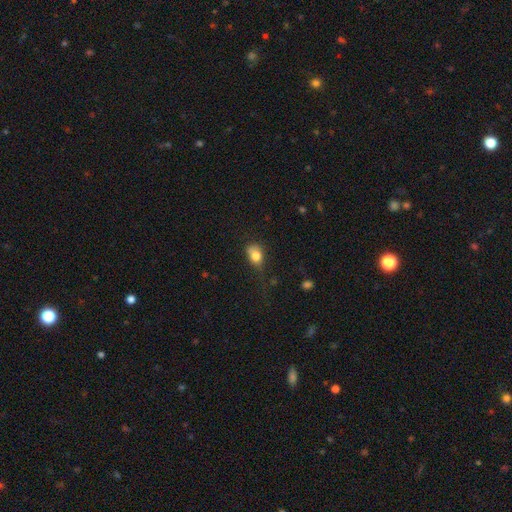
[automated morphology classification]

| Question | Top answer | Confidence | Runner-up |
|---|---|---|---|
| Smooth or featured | smooth | 79% | featured or disk (12%) |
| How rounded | in between | 66% | round (32%) |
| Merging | none | 42% | minor disturbance (36%) |